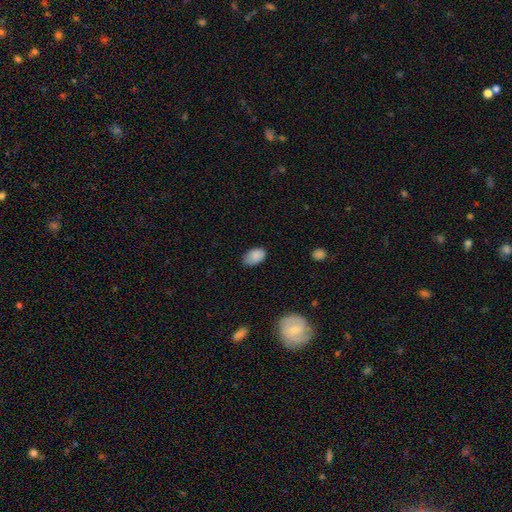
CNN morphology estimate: The model was most divided on "merging": none: 67%, minor disturbance: 27%, major disturbance: 4%, merger: 1%. More confident: how rounded — in between (92%); smooth or featured — smooth (87%).